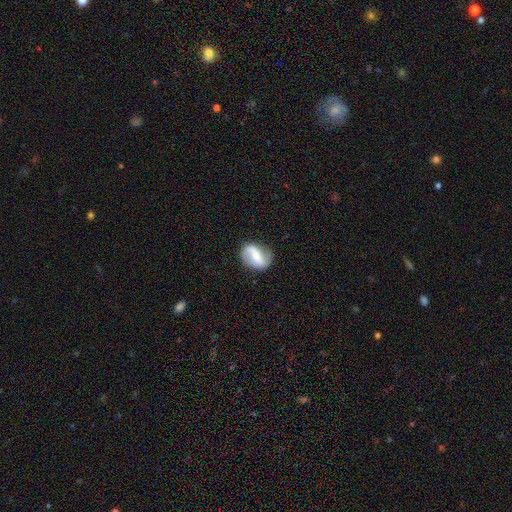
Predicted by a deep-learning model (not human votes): A featured or disk galaxy (67%) with a weak bar (40%), 2 (86%) loose (61%) spiral arms (86%) and a small central bulge (47%).

Vote fractions:
- Smooth or featured? featured or disk: 67% / smooth: 26% / star or artifact: 7%
- Edge-on disk? no: 96% / yes: 4%
- Bar? weak: 40% / strong: 38% / no: 22%
- Spiral arms? yes: 86% / no: 14%
- Spiral winding? loose: 61% / medium: 27% / tight: 12%
- Spiral arm count? 2: 86% / 1: 6% / can't tell: 6% / 3: 1% / 4: 1% / more than 4: 1%
- Bulge size? small: 47% / moderate: 43% / none: 5% / large: 4% / dominant: 1%
- Merging? none: 76% / minor disturbance: 17% / major disturbance: 5% / merger: 1%